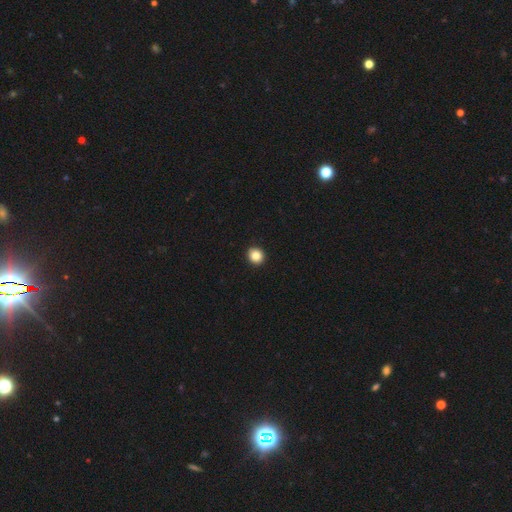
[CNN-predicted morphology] Smooth or featured: smooth — 86% (star or artifact — 10%)
How rounded: round — 89% (in between — 10%)
Merging: none — 94% (minor disturbance — 4%)